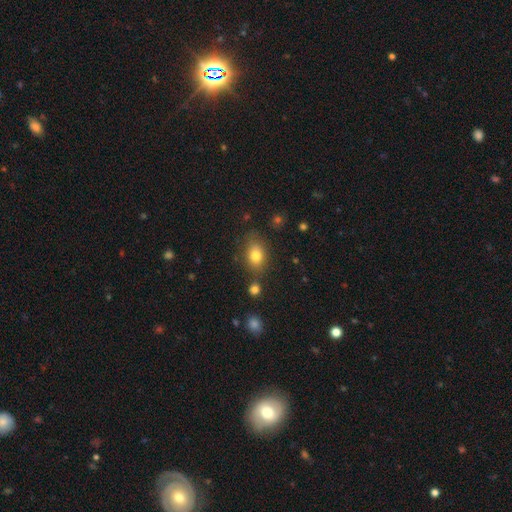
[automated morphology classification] This is clearly a smooth galaxy (80%). How rounded: likely in between (73%). Merging: likely none (75%).